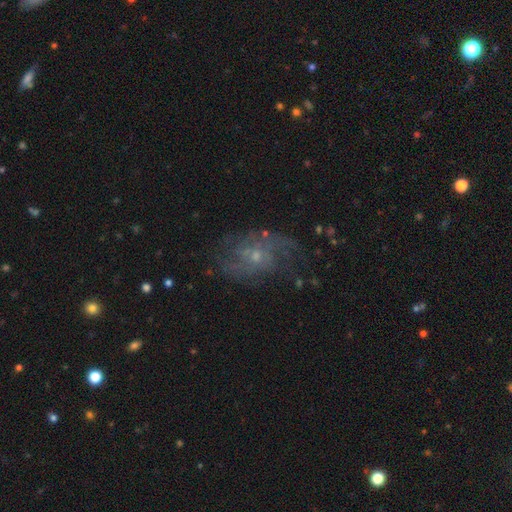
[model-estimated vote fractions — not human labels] Smooth or featured? Predicted: featured or disk (p=0.70). Edge-on disk? Predicted: no (p=0.96). Bar? Predicted: no (p=0.75). Spiral arms? Predicted: yes (p=0.81). Spiral winding? Predicted: medium (p=0.42). Spiral arm count? Predicted: 2 (p=0.44). Bulge size? Predicted: small (p=0.68). Merging? Predicted: none (p=0.62).